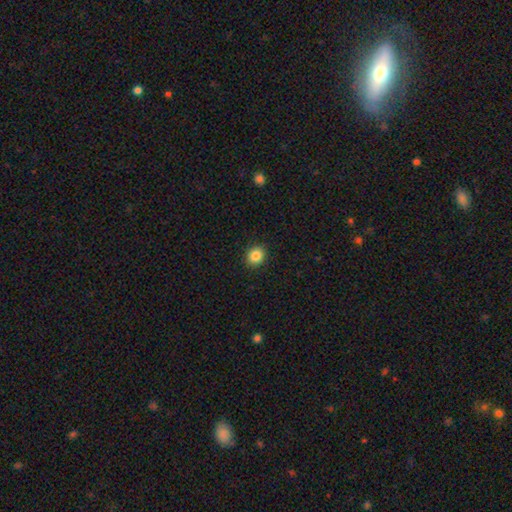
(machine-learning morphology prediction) Smooth or featured? Predicted: smooth (p=0.85). How rounded? Predicted: round (p=0.76). Merging? Predicted: none (p=0.92).